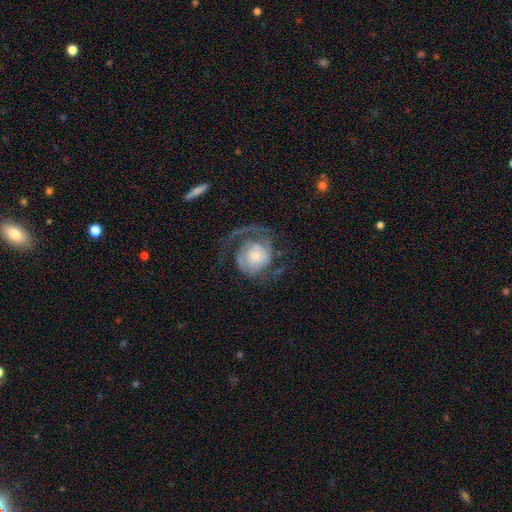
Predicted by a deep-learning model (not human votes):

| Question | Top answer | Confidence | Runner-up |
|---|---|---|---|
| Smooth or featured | featured or disk | 79% | smooth (16%) |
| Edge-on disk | no | 98% | yes (2%) |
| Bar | no | 73% | weak (22%) |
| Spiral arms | yes | 92% | no (8%) |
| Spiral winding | medium | 42% | tight (31%) |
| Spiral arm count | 2 | 57% | 1 (21%) |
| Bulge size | small | 58% | moderate (26%) |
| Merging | none | 51% | major disturbance (31%) |